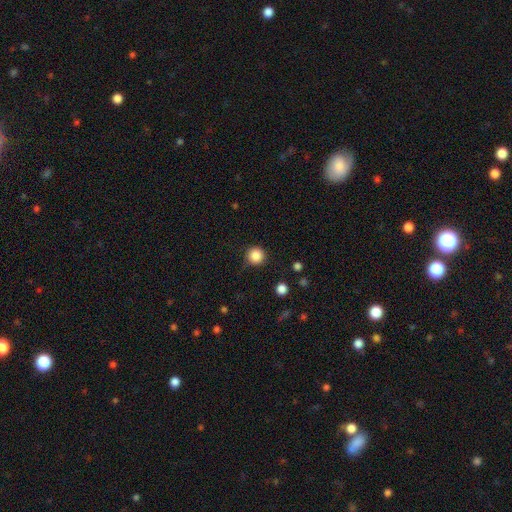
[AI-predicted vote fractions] Smooth or featured: smooth — 86% (star or artifact — 11%)
How rounded: round — 96% (in between — 3%)
Merging: none — 87% (minor disturbance — 9%)